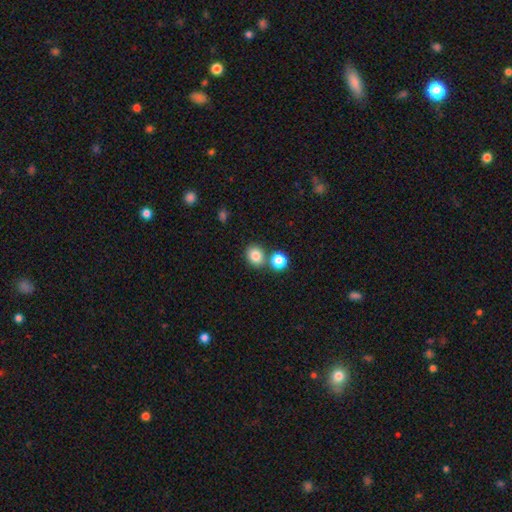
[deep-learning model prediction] A smooth galaxy with no disk features (83%) that is round (66%).

Vote fractions:
- Smooth or featured? smooth: 83% / star or artifact: 11% / featured or disk: 6%
- How rounded? round: 66% / in between: 34% / cigar-shaped: 1%
- Merging? none: 68% / merger: 20% / minor disturbance: 9% / major disturbance: 3%